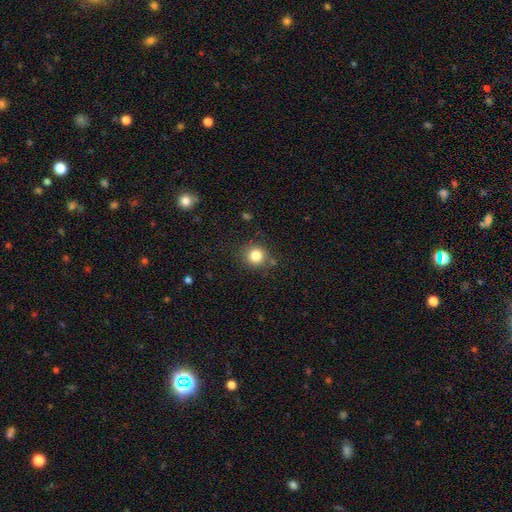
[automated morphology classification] Q: Smooth or featured?
A: smooth (83%); runner-up: star or artifact (12%)
Q: How rounded?
A: round (92%); runner-up: in between (8%)
Q: Merging?
A: none (84%); runner-up: minor disturbance (10%)